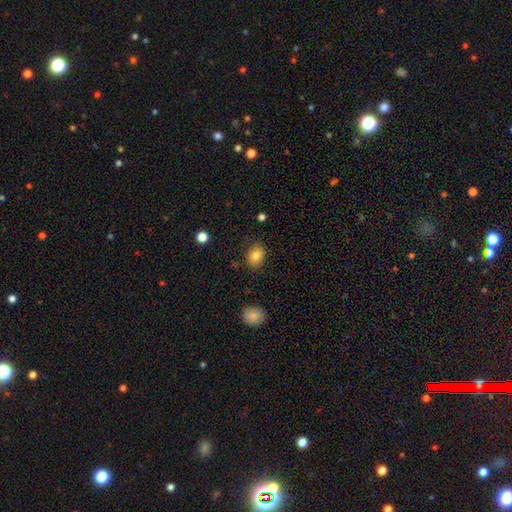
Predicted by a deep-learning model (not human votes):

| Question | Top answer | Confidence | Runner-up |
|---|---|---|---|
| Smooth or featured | smooth | 82% | star or artifact (9%) |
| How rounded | in between | 60% | round (39%) |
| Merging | none | 83% | minor disturbance (13%) |